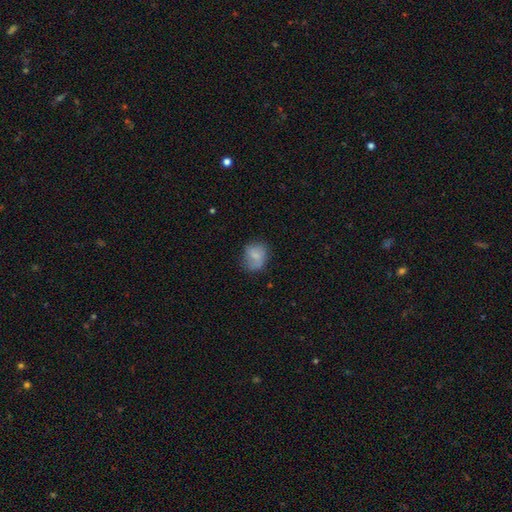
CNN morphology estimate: smooth_or_featured: smooth (p=0.74) [alt: featured or disk p=0.17]
how_rounded: round (p=0.51) [alt: in between p=0.48]
merging: none (p=0.57) [alt: minor disturbance p=0.29]